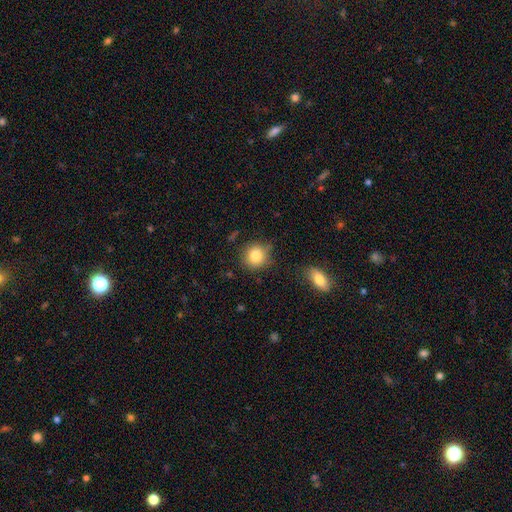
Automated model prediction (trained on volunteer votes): smooth-or-featured: smooth: 82% | star or artifact: 10% | featured or disk: 8%
  how-rounded: round: 90% | in between: 9% | cigar-shaped: 1%
  merging: none: 81% | minor disturbance: 13% | major disturbance: 3% | merger: 3%